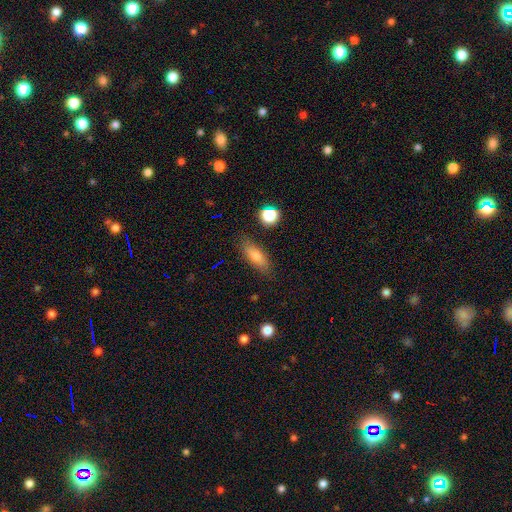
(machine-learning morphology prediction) Smooth or featured? smooth (78%)
How rounded? in between (62%)
Merging? none (83%)